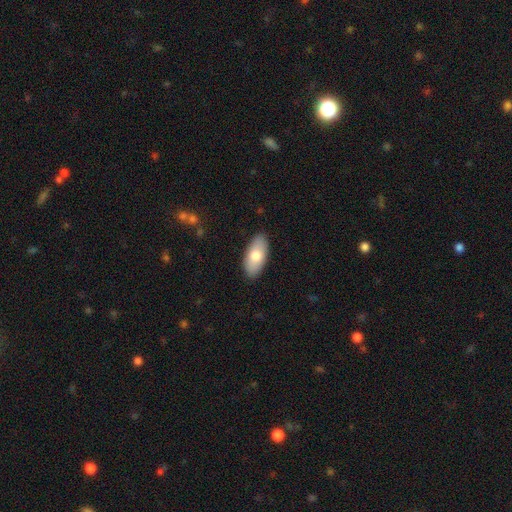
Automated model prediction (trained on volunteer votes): Q: Smooth or featured?
A: smooth (76%); runner-up: featured or disk (19%)
Q: How rounded?
A: in between (90%); runner-up: cigar-shaped (7%)
Q: Merging?
A: none (88%); runner-up: minor disturbance (9%)